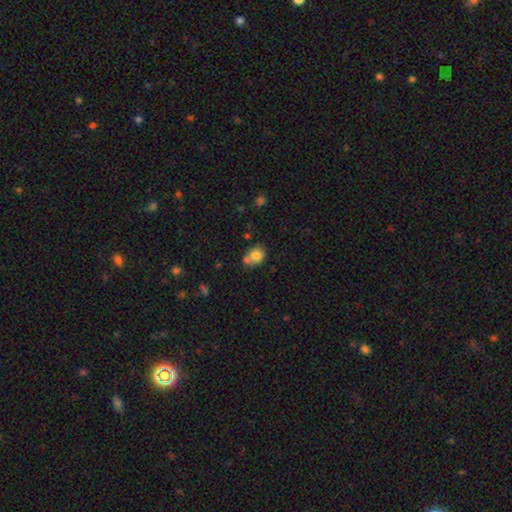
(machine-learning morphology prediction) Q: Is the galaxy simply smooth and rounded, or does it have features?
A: smooth — 78%.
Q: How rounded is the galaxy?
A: round — 61%.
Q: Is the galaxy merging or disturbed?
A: none — 47%.